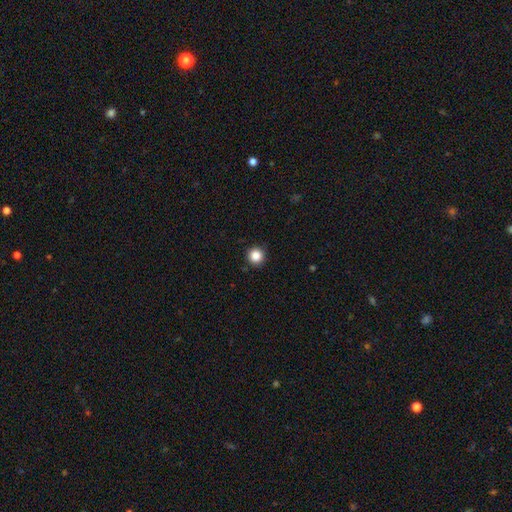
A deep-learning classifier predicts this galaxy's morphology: Smooth or featured: smooth — 86% (star or artifact — 11%)
How rounded: round — 96% (in between — 3%)
Merging: none — 92% (minor disturbance — 6%)